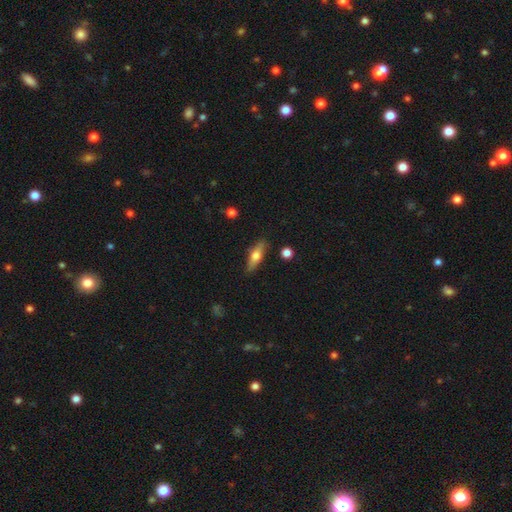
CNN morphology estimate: Smooth or featured? Predicted: smooth (p=0.59). How rounded? Predicted: cigar-shaped (p=0.50). Merging? Predicted: none (p=0.83).